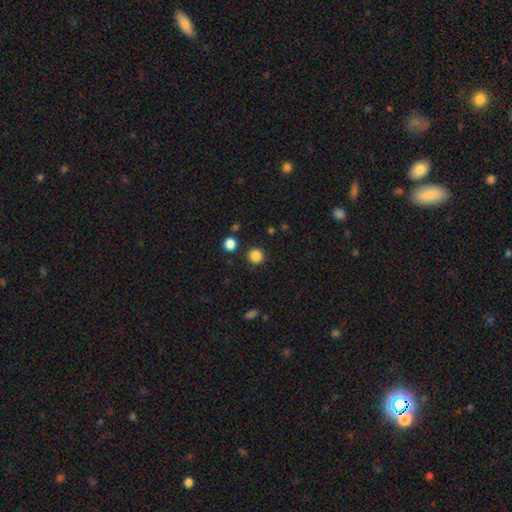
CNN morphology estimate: Smooth or featured?
  - smooth: 85% *
  - star or artifact: 12%
  - featured or disk: 3%
How rounded?
  - round: 94% *
  - in between: 5%
  - cigar-shaped: 1%
Merging?
  - none: 90% *
  - minor disturbance: 5%
  - merger: 2%
  - major disturbance: 2%